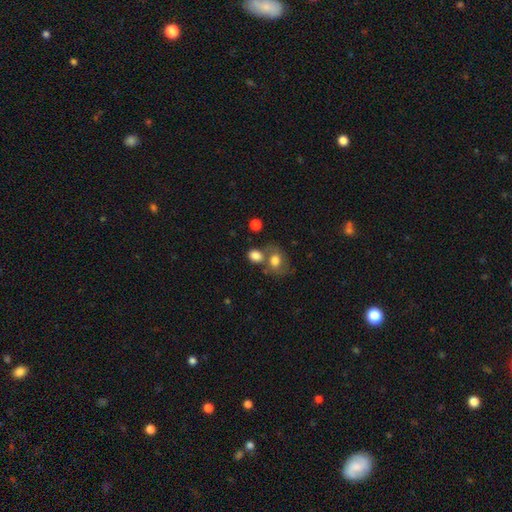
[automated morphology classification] This is clearly a smooth galaxy (81%). How rounded: possibly round (51%). Merging: possibly none (49%).